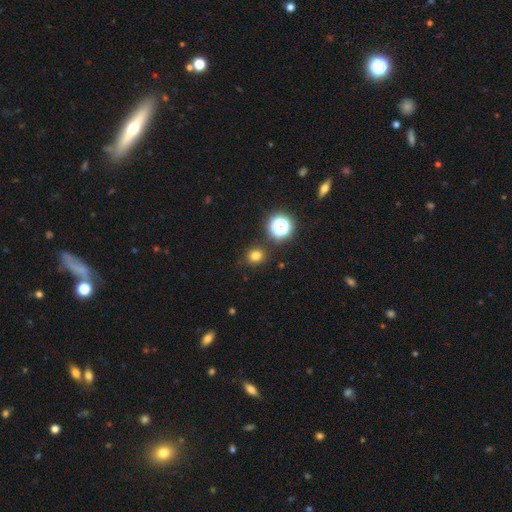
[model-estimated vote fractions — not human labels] Smooth or featured: smooth — 75% (star or artifact — 20%)
How rounded: round — 83% (in between — 16%)
Merging: none — 88% (minor disturbance — 7%)